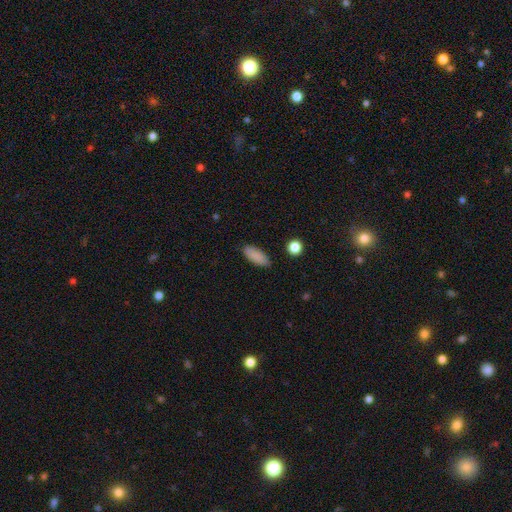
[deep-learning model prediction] Smooth or featured: smooth — 88% (star or artifact — 7%)
How rounded: in between — 77% (cigar-shaped — 21%)
Merging: none — 85% (minor disturbance — 11%)